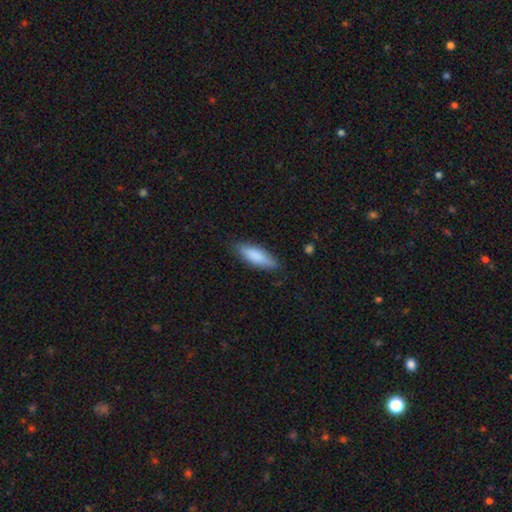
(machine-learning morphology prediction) The model was most divided on "how rounded": in between: 56%, cigar-shaped: 43%, round: 2%. More confident: smooth or featured — smooth (84%); merging — none (84%).